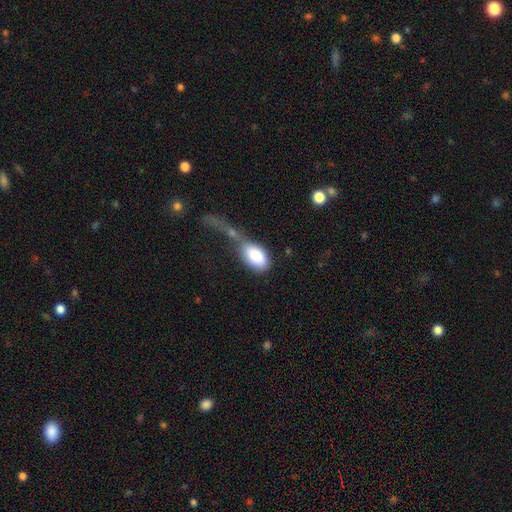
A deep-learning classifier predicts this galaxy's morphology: A smooth galaxy with no disk features (84%) that is in between round and cigar-shaped (92%). Merging: merger (31%).